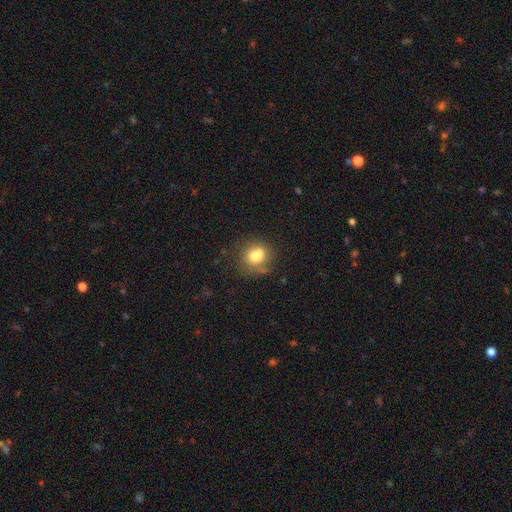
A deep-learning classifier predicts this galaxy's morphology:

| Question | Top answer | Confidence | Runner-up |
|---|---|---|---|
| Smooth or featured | smooth | 73% | featured or disk (16%) |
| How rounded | round | 78% | in between (22%) |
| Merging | none | 50% | merger (22%) |